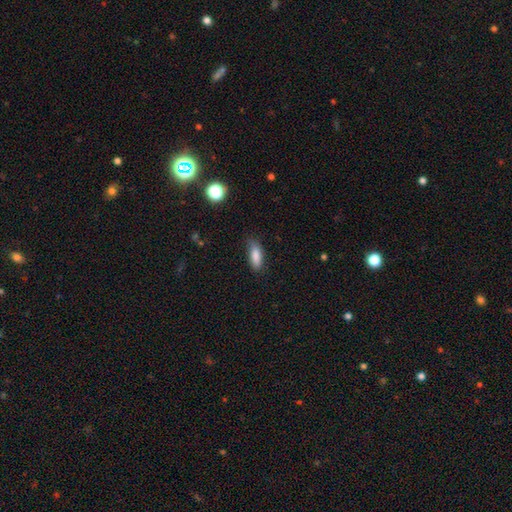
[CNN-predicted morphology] Smooth or featured? smooth (86%)
How rounded? in between (74%)
Merging? none (72%)